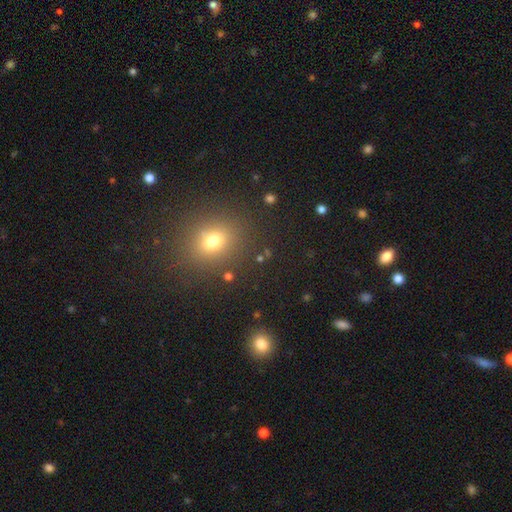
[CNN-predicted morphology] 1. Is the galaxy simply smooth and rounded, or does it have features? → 60% smooth, 31% star or artifact, 9% featured or disk.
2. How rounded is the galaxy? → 69% round, 30% in between, 1% cigar-shaped.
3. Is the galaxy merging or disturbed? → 88% none, 7% minor disturbance, 3% major disturbance, 2% merger.